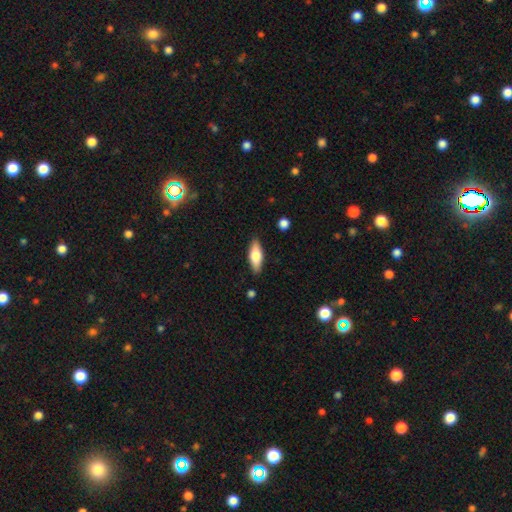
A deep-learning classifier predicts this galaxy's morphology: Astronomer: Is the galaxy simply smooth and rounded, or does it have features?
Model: smooth — 68%.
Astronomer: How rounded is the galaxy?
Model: in between — 65%.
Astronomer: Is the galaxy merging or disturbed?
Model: none — 87%.